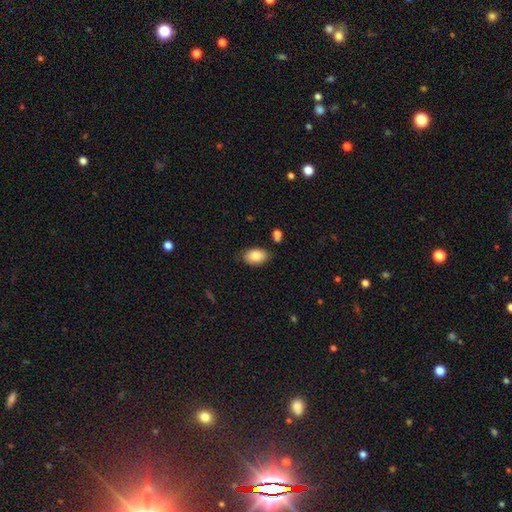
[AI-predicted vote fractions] Overall: smooth (85%). How rounded: in between (91%). Merging: none (79%).